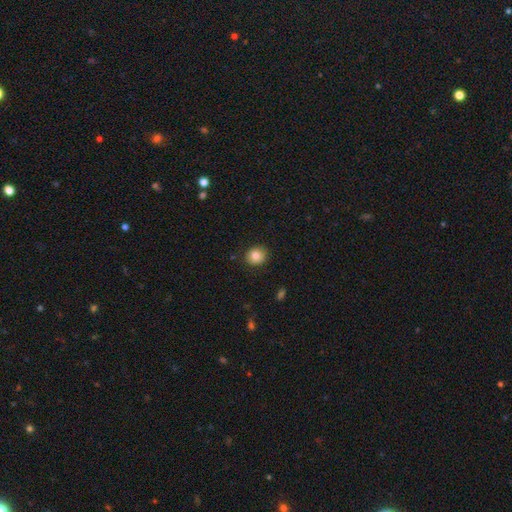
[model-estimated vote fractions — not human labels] Q: Smooth or featured?
A: smooth (82%); runner-up: star or artifact (10%)
Q: How rounded?
A: round (83%); runner-up: in between (16%)
Q: Merging?
A: none (90%); runner-up: minor disturbance (7%)